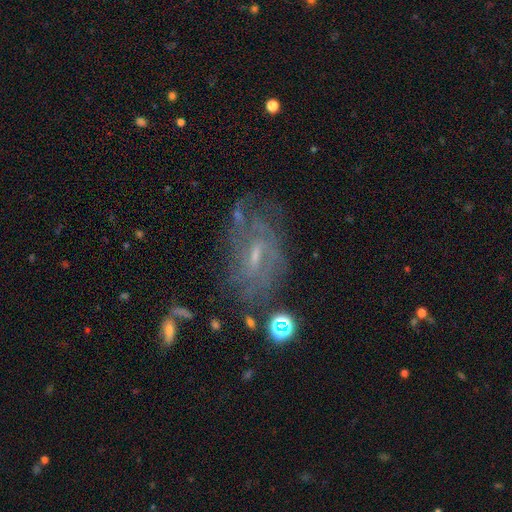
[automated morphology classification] smooth_or_featured: featured or disk (p=0.74) [alt: smooth p=0.14]
disk_edge_on: no (p=0.93) [alt: yes p=0.07]
bar: weak (p=0.55) [alt: no p=0.28]
has_spiral_arms: yes (p=0.81) [alt: no p=0.19]
spiral_winding: tight (p=0.48) [alt: medium p=0.36]
spiral_arm_count: can't tell (p=0.55) [alt: 2 p=0.16]
bulge_size: small (p=0.60) [alt: moderate p=0.28]
merging: none (p=0.61) [alt: minor disturbance p=0.20]